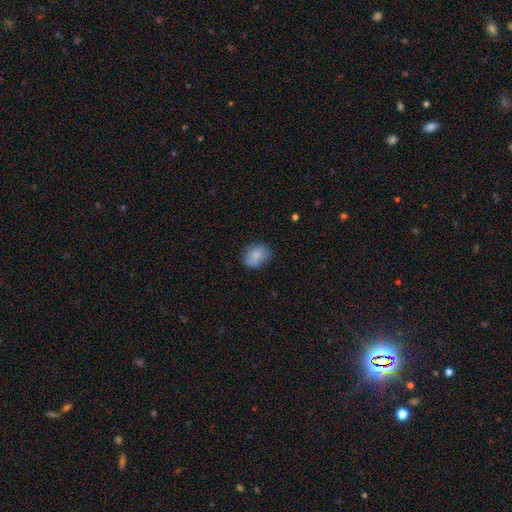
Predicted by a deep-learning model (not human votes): This appears to be a smooth galaxy with no disk features (81%) that is in between round and cigar-shaped (61%). Merging: none (73%).